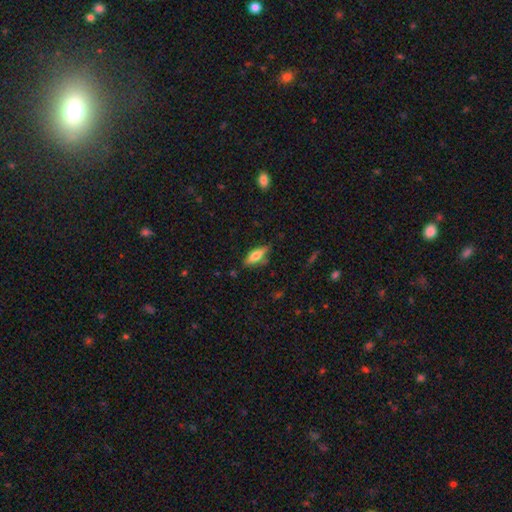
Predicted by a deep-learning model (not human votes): Morphology: type=smooth (58%); roundness=in between (60%); merging=none (77%).